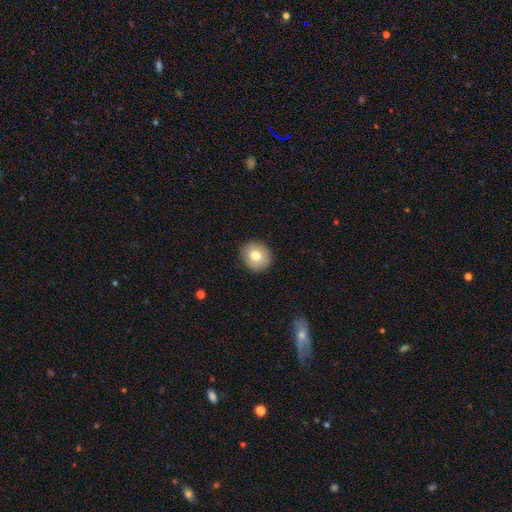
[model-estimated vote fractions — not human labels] Smooth or featured? Predicted: smooth (p=0.78). How rounded? Predicted: round (p=0.81). Merging? Predicted: none (p=0.90).